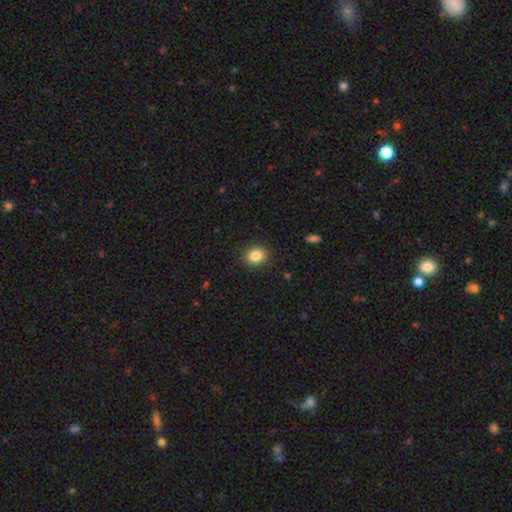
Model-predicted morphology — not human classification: smooth_or_featured: smooth (p=0.84) [alt: star or artifact p=0.10]
how_rounded: round (p=0.59) [alt: in between p=0.40]
merging: none (p=0.89) [alt: minor disturbance p=0.07]